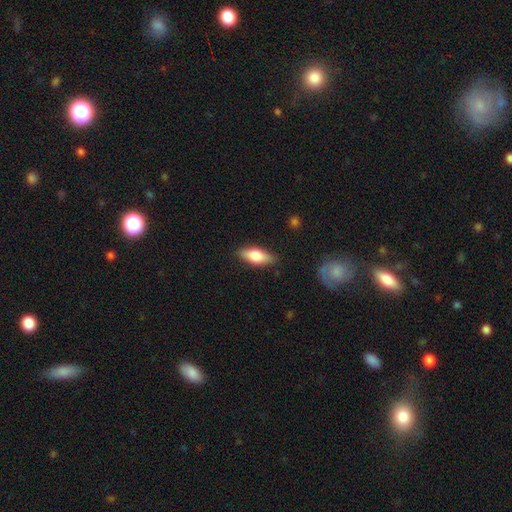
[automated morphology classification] Q: Smooth or featured?
A: smooth (67%); runner-up: featured or disk (26%)
Q: How rounded?
A: in between (73%); runner-up: cigar-shaped (24%)
Q: Merging?
A: none (85%); runner-up: minor disturbance (11%)